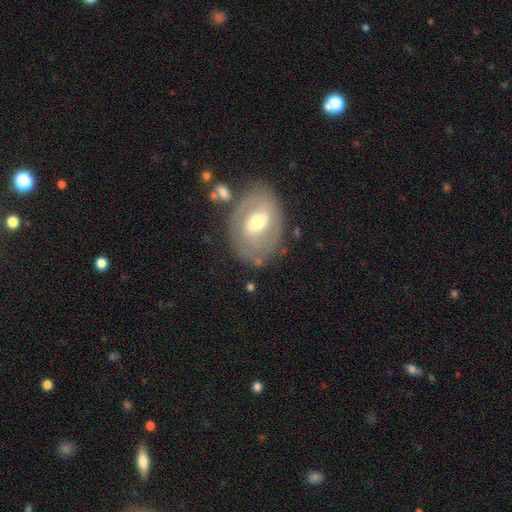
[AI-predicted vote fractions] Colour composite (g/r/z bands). It shows a featured or disk galaxy (62%) with a weak bar (42%), spiral arms (65%) and a moderate central bulge (69%). Merging: none (73%).